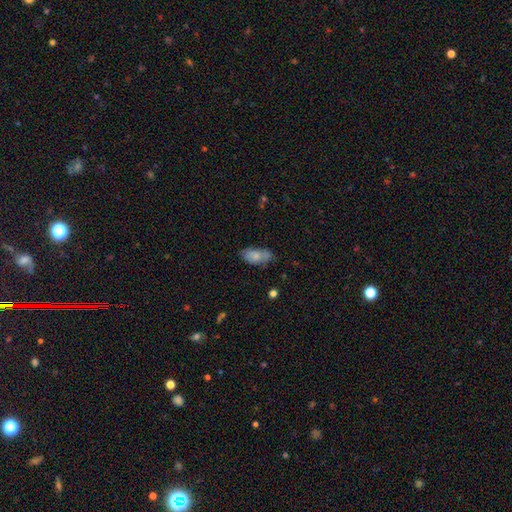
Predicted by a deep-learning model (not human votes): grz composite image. It shows a smooth galaxy with no disk features (74%) that is in between round and cigar-shaped (91%). Merging: none (59%).